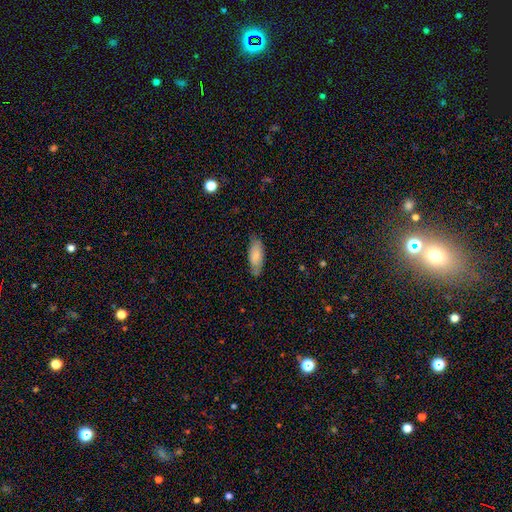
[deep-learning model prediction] Smooth or featured? Predicted: smooth (p=0.79). How rounded? Predicted: in between (p=0.77). Merging? Predicted: none (p=0.72).